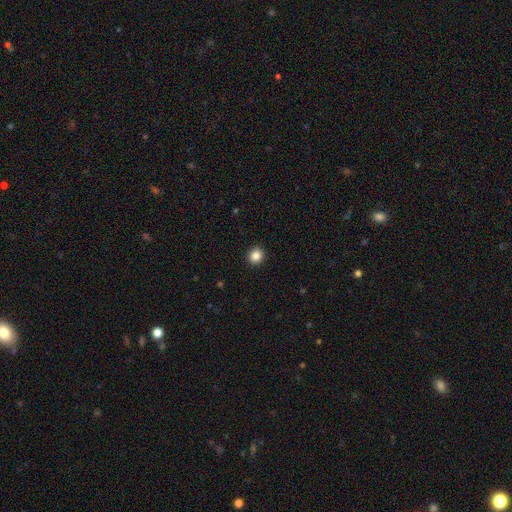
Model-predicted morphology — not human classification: smooth-or-featured: smooth: 86% | star or artifact: 10% | featured or disk: 3%
  how-rounded: round: 91% | in between: 9% | cigar-shaped: 1%
  merging: none: 93% | minor disturbance: 5% | major disturbance: 2% | merger: 1%